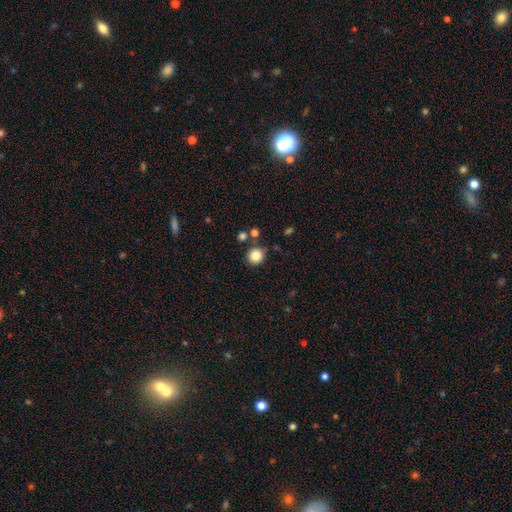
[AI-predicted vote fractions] Q: Smooth or featured?
A: smooth (85%); runner-up: star or artifact (11%)
Q: How rounded?
A: round (91%); runner-up: in between (8%)
Q: Merging?
A: none (81%); runner-up: minor disturbance (10%)